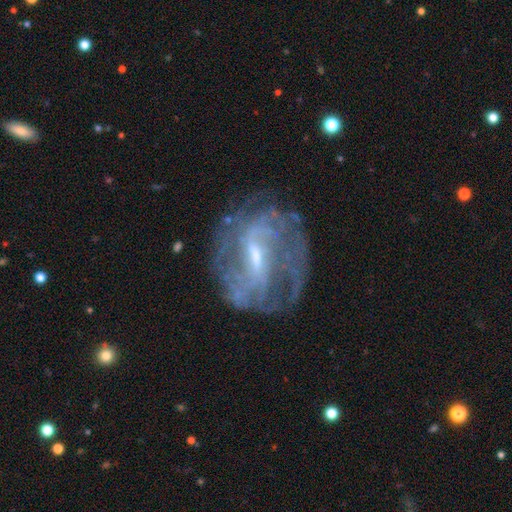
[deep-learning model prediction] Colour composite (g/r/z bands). It shows a featured or disk galaxy (83%) with a weak bar (48%), tight (46%) spiral arms (86%) and a small central bulge (57%). Merging: none (66%).